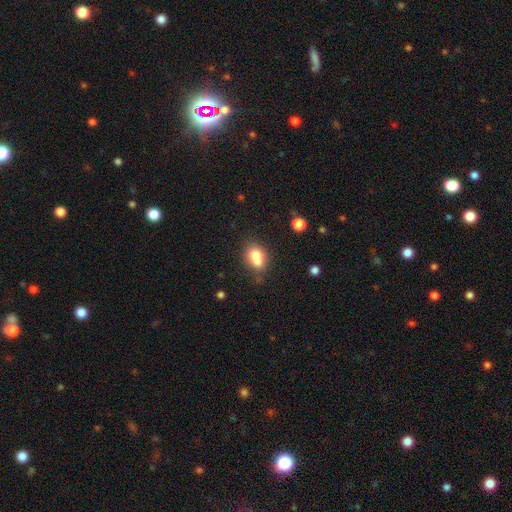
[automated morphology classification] smooth 73%, featured or disk 17%, star or artifact 11%. Down the decision tree: how rounded — in between (62%); merging — none (40%).